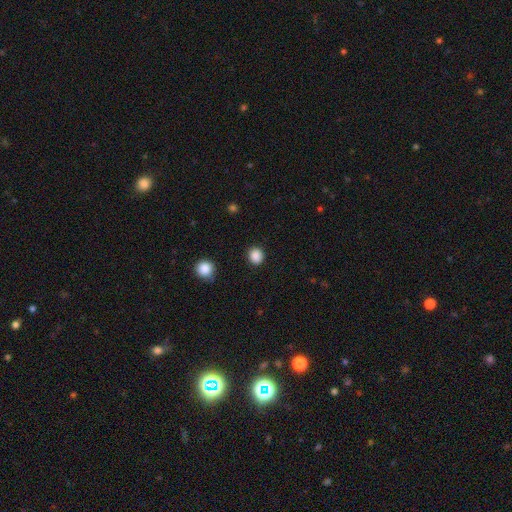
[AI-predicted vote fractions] A smooth galaxy with no disk features (88%) that is round (83%).

Vote fractions:
- Smooth or featured? smooth: 88% / star or artifact: 10% / featured or disk: 2%
- How rounded? round: 83% / in between: 16% / cigar-shaped: 1%
- Merging? none: 89% / minor disturbance: 7% / major disturbance: 2% / merger: 1%